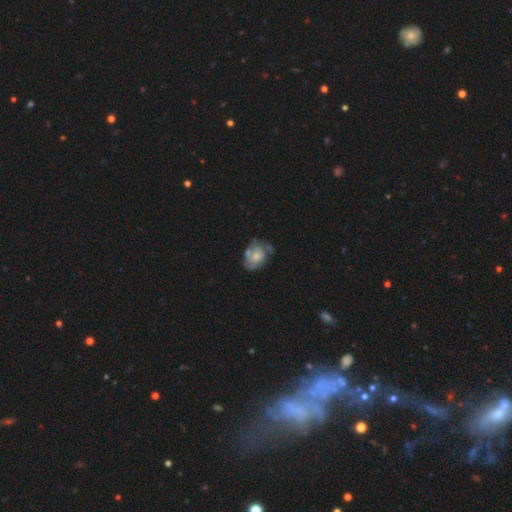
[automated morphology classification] This is possibly a featured or disk galaxy (54%). It is clearly not viewed edge-on (97%). Bar: clearly no (83%). Spiral arm pattern: possibly no (55%). Central bulge: marginally moderate (43%). Merging: marginally none (42%).